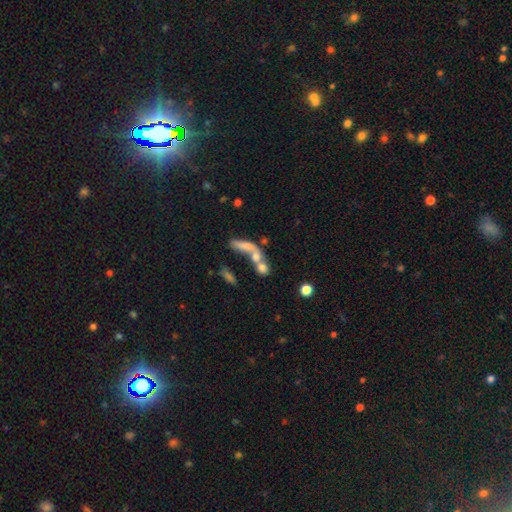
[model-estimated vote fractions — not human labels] smooth 56%, featured or disk 31%, star or artifact 13%. Down the decision tree: how rounded — in between (46%); merging — merger (59%).